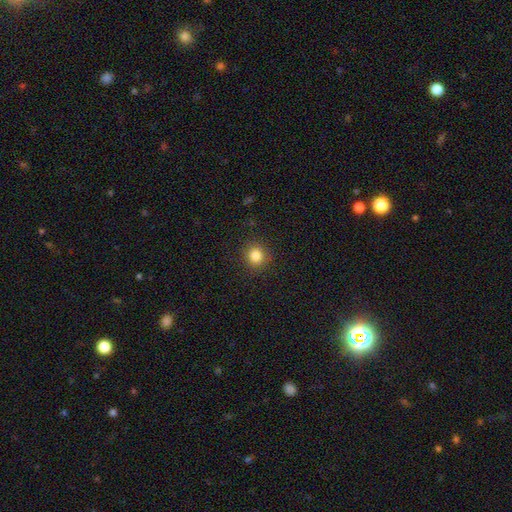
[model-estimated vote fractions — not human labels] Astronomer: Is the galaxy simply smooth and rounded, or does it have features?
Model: smooth — 84%.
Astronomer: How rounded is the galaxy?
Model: round — 90%.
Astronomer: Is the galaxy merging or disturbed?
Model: none — 89%.